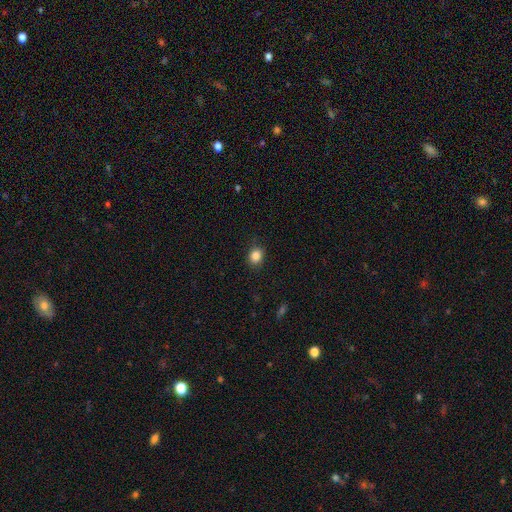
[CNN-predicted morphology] A smooth galaxy with no disk features (85%) that is round (64%).

Vote fractions:
- Smooth or featured? smooth: 85% / star or artifact: 10% / featured or disk: 5%
- How rounded? round: 64% / in between: 35% / cigar-shaped: 1%
- Merging? none: 86% / minor disturbance: 10% / major disturbance: 3% / merger: 1%